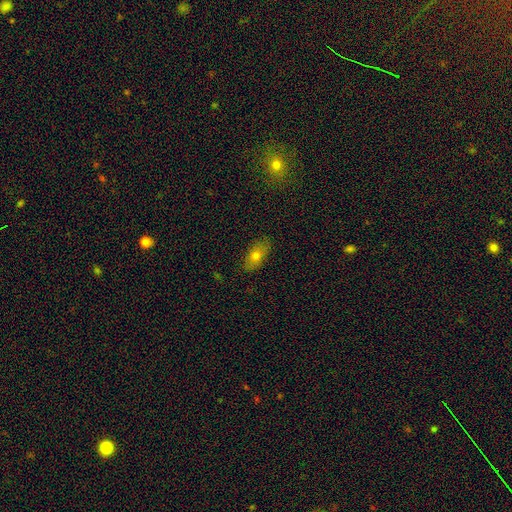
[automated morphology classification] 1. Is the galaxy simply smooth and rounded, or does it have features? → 73% smooth, 18% featured or disk, 9% star or artifact.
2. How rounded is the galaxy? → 87% in between, 8% cigar-shaped, 6% round.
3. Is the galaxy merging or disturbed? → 83% none, 13% minor disturbance, 3% major disturbance, 1% merger.